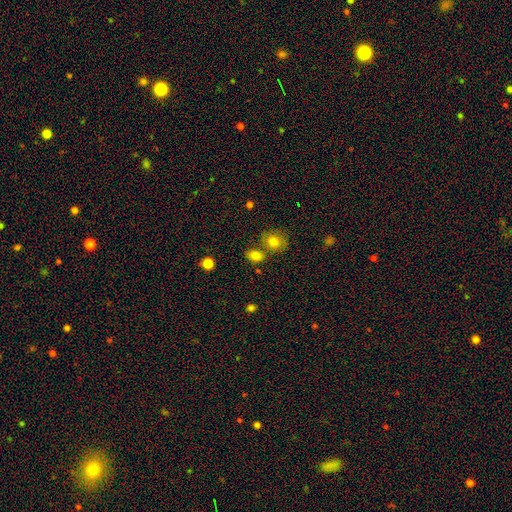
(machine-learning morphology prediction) Smooth or featured? Predicted: smooth (p=0.81). How rounded? Predicted: in between (p=0.65). Merging? Predicted: none (p=0.61).